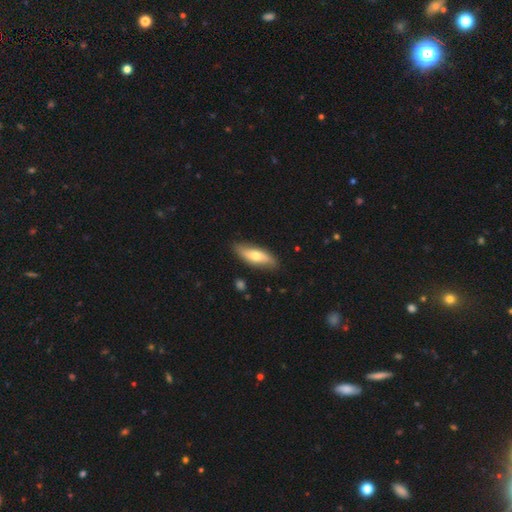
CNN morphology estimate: Smooth or featured?
  - smooth: 57% *
  - featured or disk: 38%
  - star or artifact: 5%
How rounded?
  - in between: 61% *
  - cigar-shaped: 37%
  - round: 3%
Merging?
  - none: 83% *
  - minor disturbance: 14%
  - major disturbance: 2%
  - merger: 2%